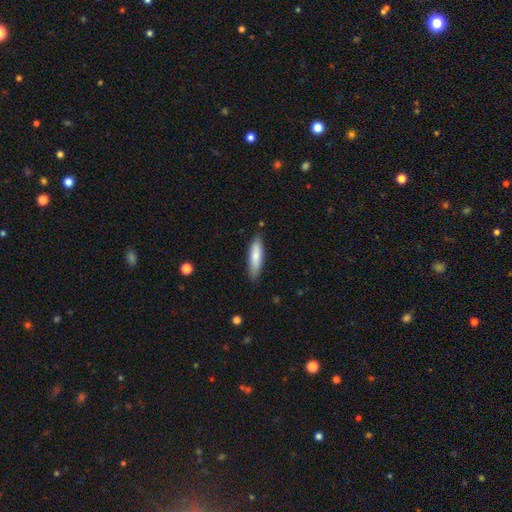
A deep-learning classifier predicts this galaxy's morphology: The model was most divided on "how rounded": cigar-shaped: 65%, in between: 34%, round: 1%. More confident: merging — none (83%); smooth or featured — smooth (79%).